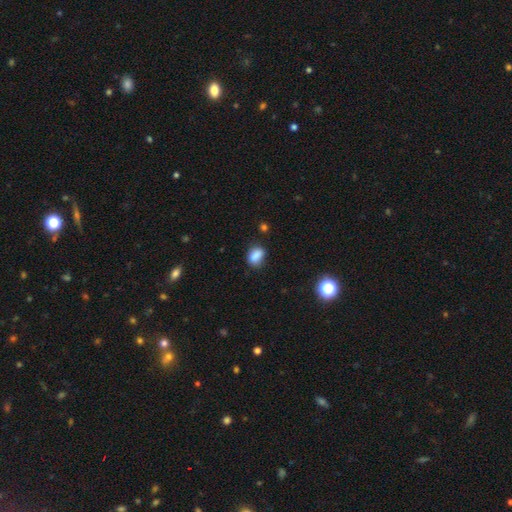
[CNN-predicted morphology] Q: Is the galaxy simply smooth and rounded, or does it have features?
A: smooth — 83%.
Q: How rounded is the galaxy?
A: in between — 73%.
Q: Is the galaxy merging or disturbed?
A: none — 67%.